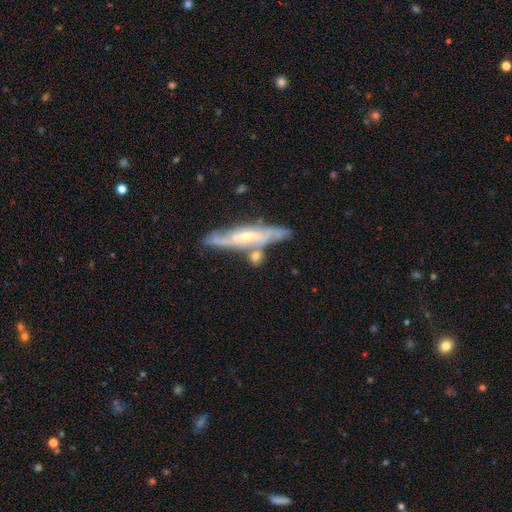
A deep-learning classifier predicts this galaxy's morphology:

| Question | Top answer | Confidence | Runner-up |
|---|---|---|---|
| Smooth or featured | featured or disk | 62% | smooth (31%) |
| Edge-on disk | no | 54% | yes (46%) |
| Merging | none | 49% | merger (23%) |